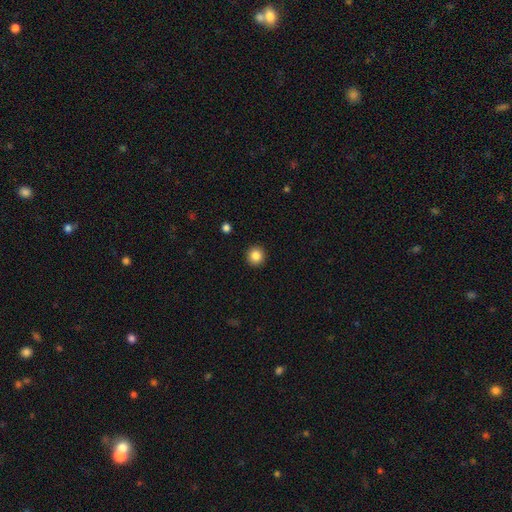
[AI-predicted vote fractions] Smooth or featured?
  - smooth: 85% *
  - star or artifact: 10%
  - featured or disk: 5%
How rounded?
  - round: 95% *
  - in between: 4%
  - cigar-shaped: 1%
Merging?
  - none: 93% *
  - minor disturbance: 4%
  - major disturbance: 1%
  - merger: 1%